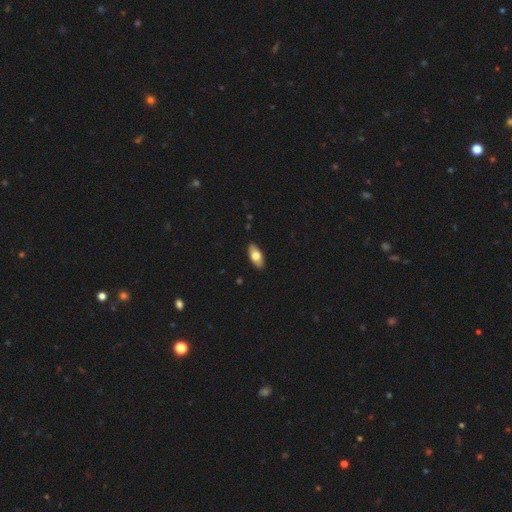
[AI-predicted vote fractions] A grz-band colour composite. It shows a smooth galaxy with no disk features (71%) that is in between round and cigar-shaped (88%). Merging: none (89%).